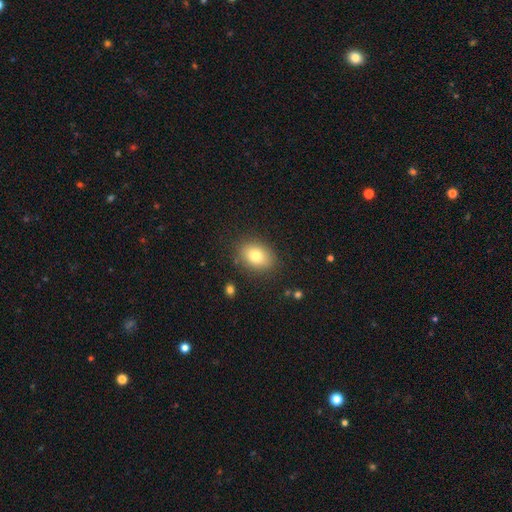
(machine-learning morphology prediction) A smooth galaxy with no disk features (79%) that is in between round and cigar-shaped (72%).

Vote fractions:
- Smooth or featured? smooth: 79% / featured or disk: 12% / star or artifact: 9%
- How rounded? in between: 72% / round: 27% / cigar-shaped: 1%
- Merging? none: 84% / minor disturbance: 11% / major disturbance: 3% / merger: 2%